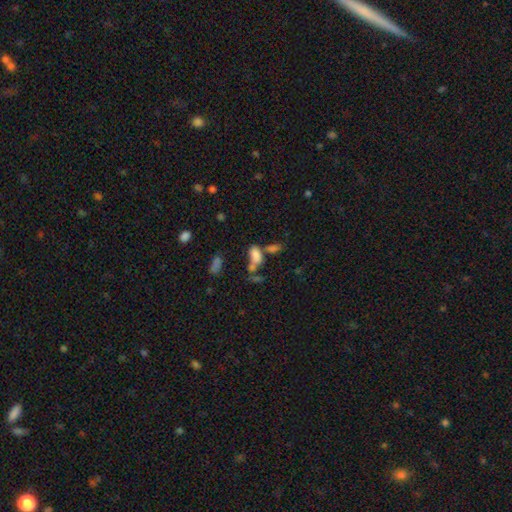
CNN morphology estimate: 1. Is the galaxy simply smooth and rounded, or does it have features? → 75% smooth, 13% star or artifact, 12% featured or disk.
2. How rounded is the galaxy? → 88% in between, 6% round, 6% cigar-shaped.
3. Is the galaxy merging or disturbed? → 43% merger, 32% none, 14% minor disturbance, 11% major disturbance.